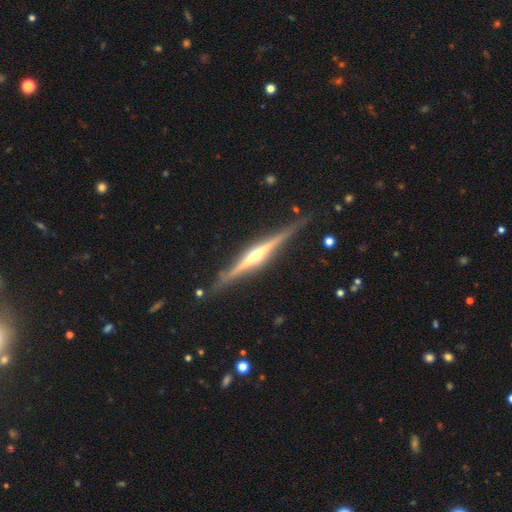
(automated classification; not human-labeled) Smooth or featured?
  - featured or disk: 84% *
  - smooth: 11%
  - star or artifact: 5%
Edge-on disk?
  - yes: 98% *
  - no: 2%
Edge-on bulge?
  - rounded: 86% *
  - none: 8%
  - boxy: 6%
Merging?
  - none: 84% *
  - minor disturbance: 12%
  - major disturbance: 3%
  - merger: 2%